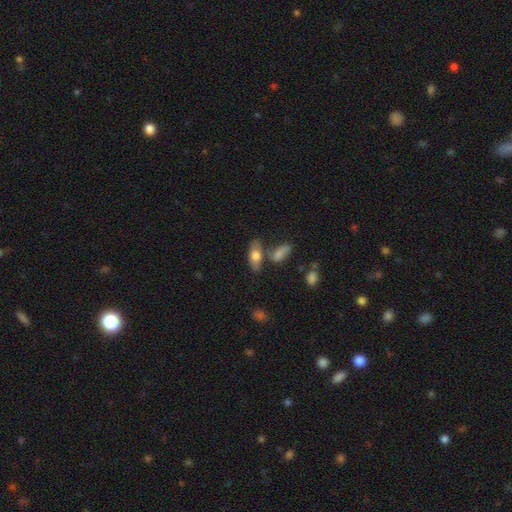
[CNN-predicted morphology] smooth-or-featured: smooth: 71% | featured or disk: 22% | star or artifact: 7%
  how-rounded: in between: 80% | cigar-shaped: 16% | round: 4%
  merging: none: 59% | merger: 22% | minor disturbance: 14% | major disturbance: 5%